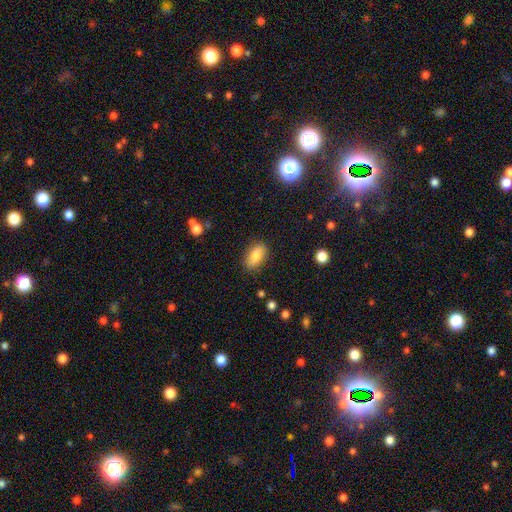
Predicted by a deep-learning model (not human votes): smooth 80%, featured or disk 12%, star or artifact 7%. Down the decision tree: how rounded — in between (88%); merging — none (85%).